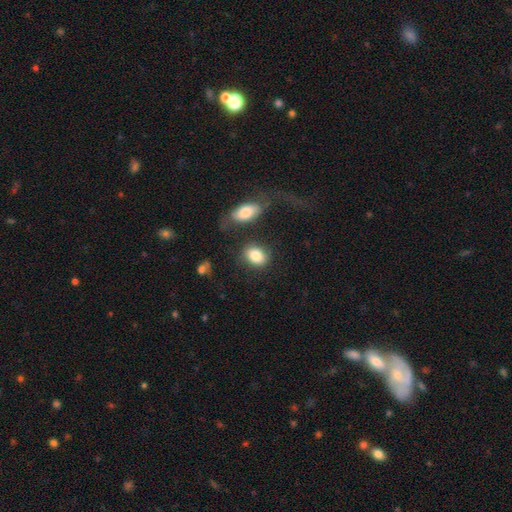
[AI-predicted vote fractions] smooth-or-featured: smooth: 84% | featured or disk: 8% | star or artifact: 7%
  how-rounded: in between: 68% | round: 30% | cigar-shaped: 2%
  merging: none: 68% | minor disturbance: 16% | merger: 9% | major disturbance: 7%